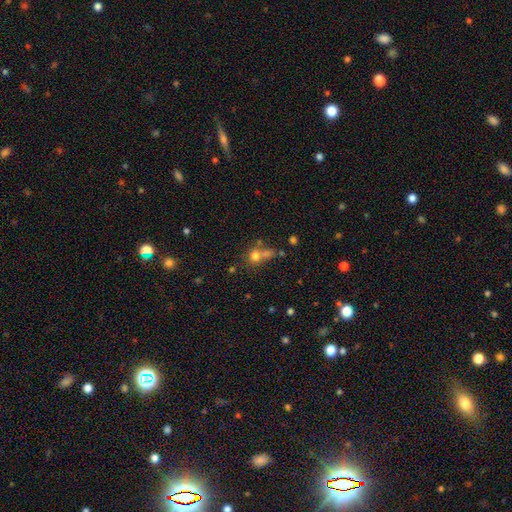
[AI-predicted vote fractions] smooth_or_featured: smooth (p=0.70) [alt: star or artifact p=0.17]
how_rounded: round (p=0.77) [alt: in between p=0.21]
merging: none (p=0.42) [alt: merger p=0.38]